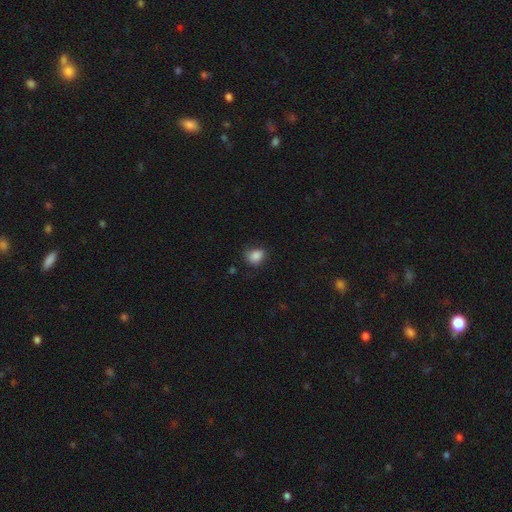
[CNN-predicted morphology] Q: Smooth or featured?
A: smooth (85%); runner-up: star or artifact (10%)
Q: How rounded?
A: round (52%); runner-up: in between (47%)
Q: Merging?
A: none (65%); runner-up: minor disturbance (27%)